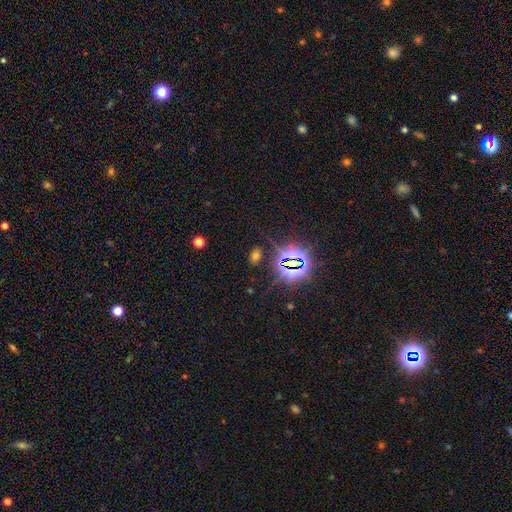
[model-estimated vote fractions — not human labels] A smooth galaxy with no disk features (49%). Merging: none (81%).